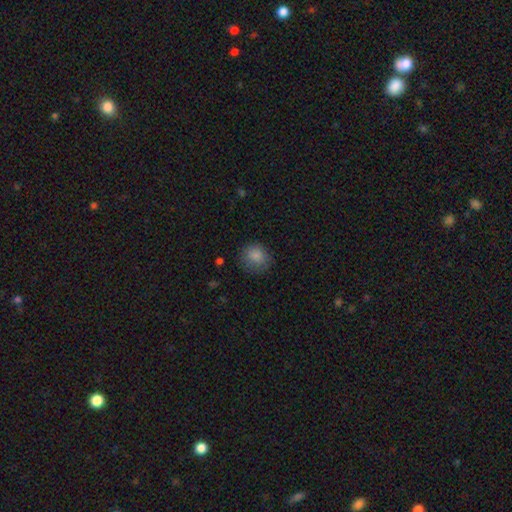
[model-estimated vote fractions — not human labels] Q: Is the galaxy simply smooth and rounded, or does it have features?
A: smooth — 85%.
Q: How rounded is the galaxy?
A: round — 83%.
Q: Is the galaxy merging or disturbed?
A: none — 78%.